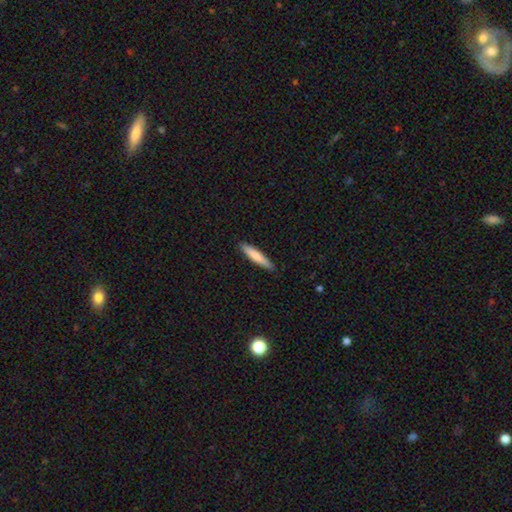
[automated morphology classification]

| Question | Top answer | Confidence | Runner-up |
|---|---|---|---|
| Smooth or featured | smooth | 75% | featured or disk (20%) |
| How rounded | cigar-shaped | 90% | in between (8%) |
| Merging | none | 90% | minor disturbance (7%) |